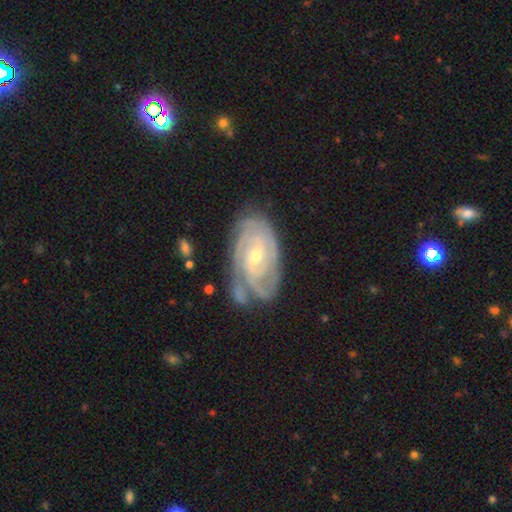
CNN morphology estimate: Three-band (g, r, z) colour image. It shows a featured or disk galaxy (89%) with no bar (45%), 3 (31%) tight (74%) spiral arms (97%) and a small central bulge (60%). Merging: none (64%).